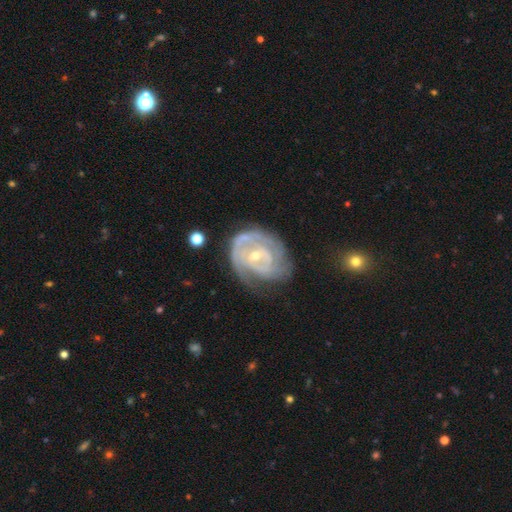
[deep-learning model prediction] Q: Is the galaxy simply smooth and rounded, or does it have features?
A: featured or disk — 83%.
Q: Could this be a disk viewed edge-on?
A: no — 97%.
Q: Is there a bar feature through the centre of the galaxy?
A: no — 52%.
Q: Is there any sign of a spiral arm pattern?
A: yes — 87%.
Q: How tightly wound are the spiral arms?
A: tight — 64%.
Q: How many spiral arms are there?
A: can't tell — 36%.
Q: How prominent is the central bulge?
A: small — 64%.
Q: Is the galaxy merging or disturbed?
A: none — 51%.